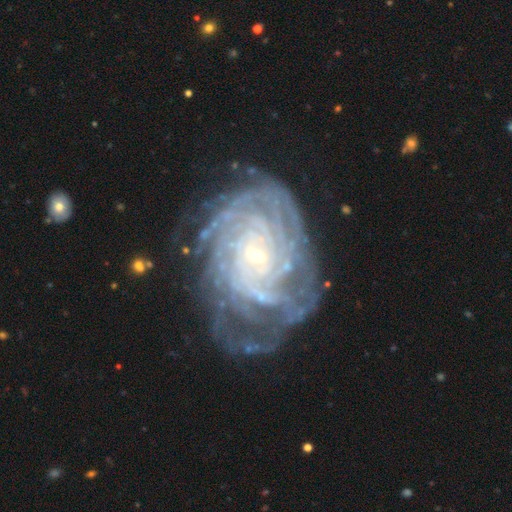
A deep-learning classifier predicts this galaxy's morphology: A featured or disk galaxy (88%) with no bar (69%), tight (81%) spiral arms (97%) and a small central bulge (82%). Merging: none (65%).